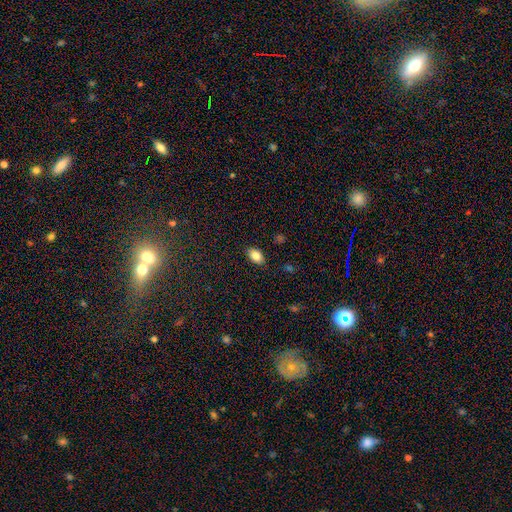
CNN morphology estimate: smooth-or-featured: smooth: 84% | star or artifact: 9% | featured or disk: 8%
  how-rounded: in between: 89% | round: 9% | cigar-shaped: 2%
  merging: none: 87% | minor disturbance: 10% | major disturbance: 2% | merger: 1%